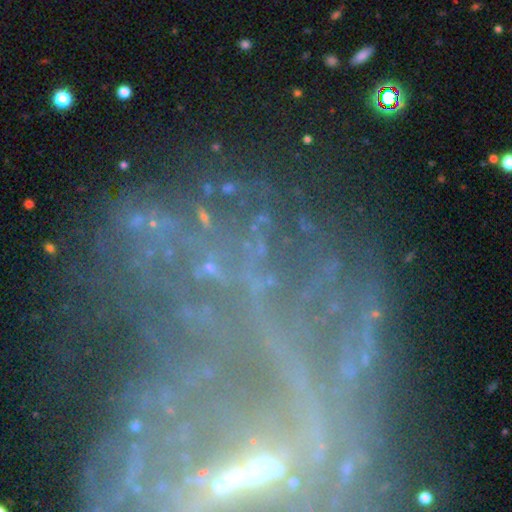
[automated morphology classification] A star or artifact, not a galaxy (46%).